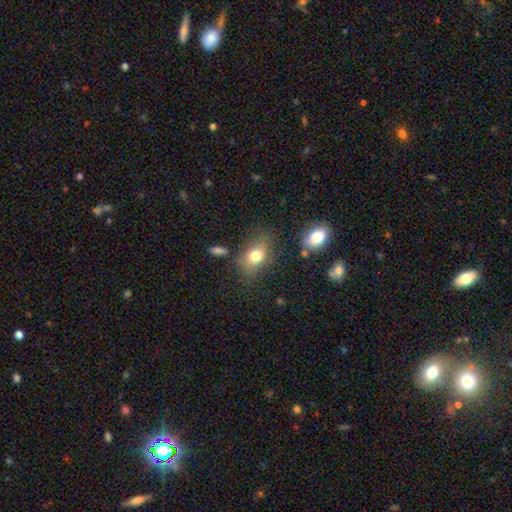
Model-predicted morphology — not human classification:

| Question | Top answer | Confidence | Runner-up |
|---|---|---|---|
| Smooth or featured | smooth | 75% | featured or disk (15%) |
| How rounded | in between | 78% | round (20%) |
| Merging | none | 70% | minor disturbance (19%) |